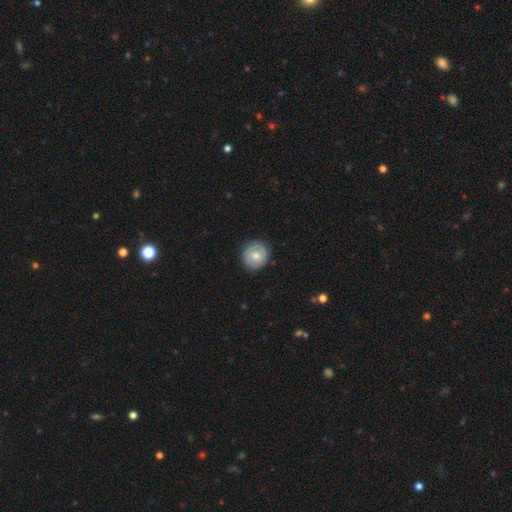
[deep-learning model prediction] This is likely a smooth galaxy (64%). How rounded: clearly round (91%). Merging: clearly none (85%).